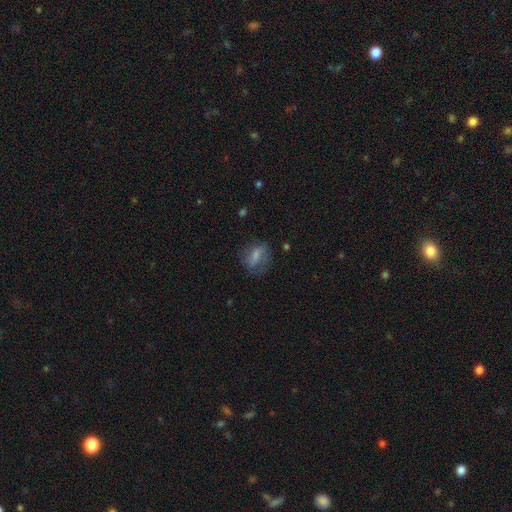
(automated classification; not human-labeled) Q: Smooth or featured?
A: smooth (53%); runner-up: featured or disk (38%)
Q: How rounded?
A: in between (60%); runner-up: round (35%)
Q: Merging?
A: none (61%); runner-up: minor disturbance (23%)